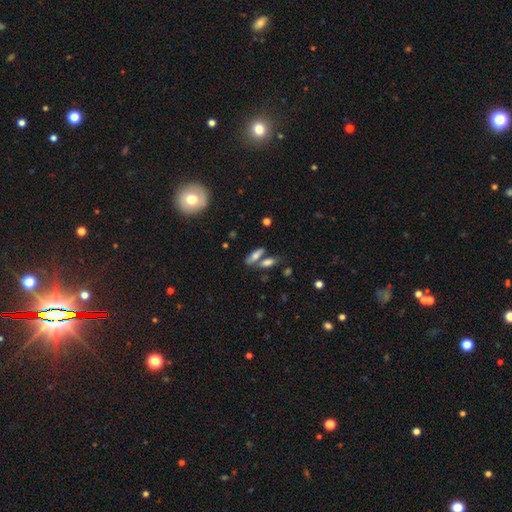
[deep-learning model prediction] This appears to be a smooth galaxy with no disk features (66%) that is in between round and cigar-shaped (49%). Merging: none (57%).